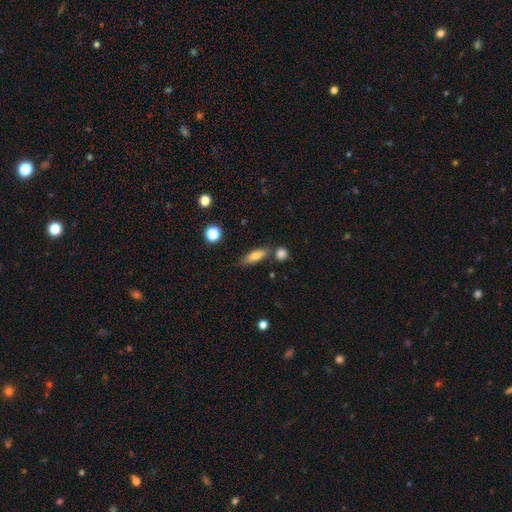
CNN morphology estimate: Smooth or featured? smooth (74%)
How rounded? cigar-shaped (51%)
Merging? none (71%)